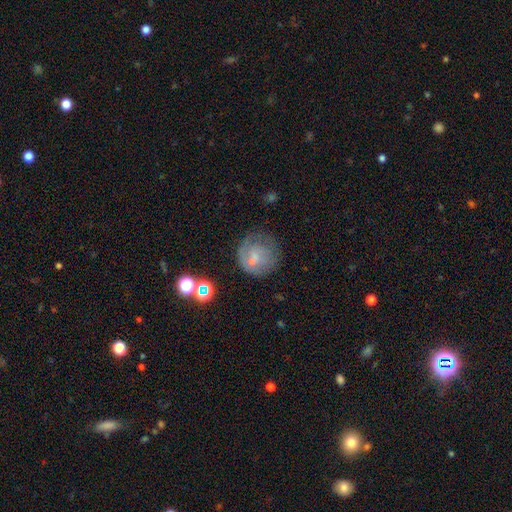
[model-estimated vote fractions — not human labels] Smooth or featured: smooth — 52% (featured or disk — 34%)
How rounded: round — 85% (in between — 14%)
Merging: none — 49% (minor disturbance — 26%)